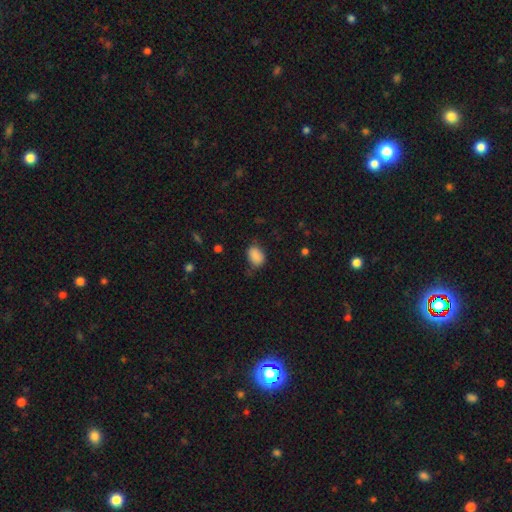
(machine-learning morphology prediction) Q: Smooth or featured?
A: smooth (88%); runner-up: star or artifact (8%)
Q: How rounded?
A: in between (79%); runner-up: round (19%)
Q: Merging?
A: none (70%); runner-up: minor disturbance (22%)